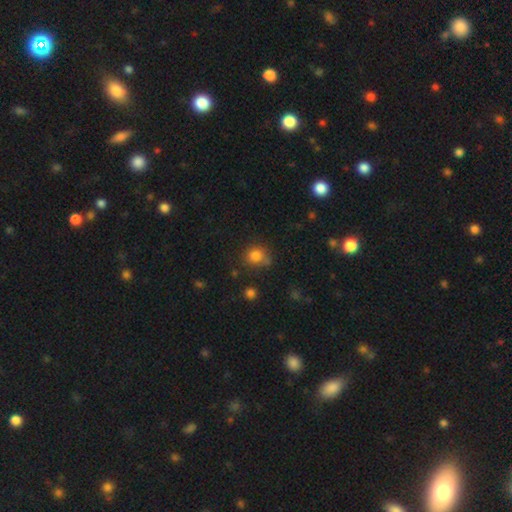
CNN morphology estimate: smooth-or-featured: smooth: 81% | star or artifact: 12% | featured or disk: 6%
  how-rounded: round: 79% | in between: 20% | cigar-shaped: 1%
  merging: none: 65% | minor disturbance: 20% | merger: 8% | major disturbance: 6%